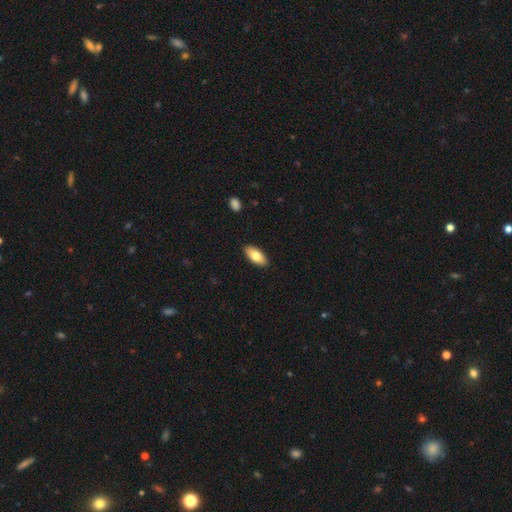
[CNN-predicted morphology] Smooth or featured?
  - smooth: 76% *
  - featured or disk: 17%
  - star or artifact: 6%
How rounded?
  - in between: 88% *
  - cigar-shaped: 10%
  - round: 2%
Merging?
  - none: 89% *
  - minor disturbance: 8%
  - major disturbance: 2%
  - merger: 1%